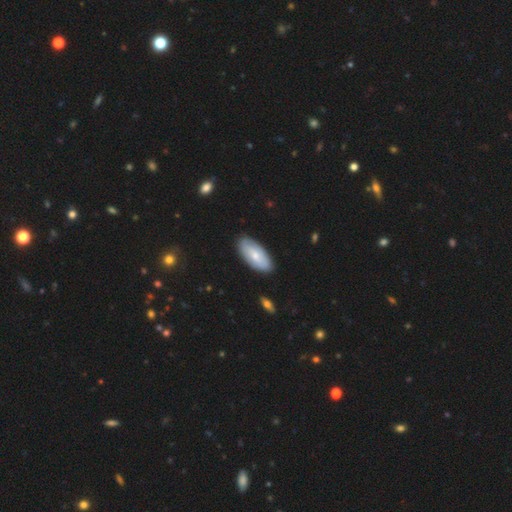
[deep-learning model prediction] smooth-or-featured: smooth: 60% | featured or disk: 35% | star or artifact: 5%
  how-rounded: in between: 91% | cigar-shaped: 7% | round: 2%
  merging: none: 85% | minor disturbance: 11% | major disturbance: 2% | merger: 1%